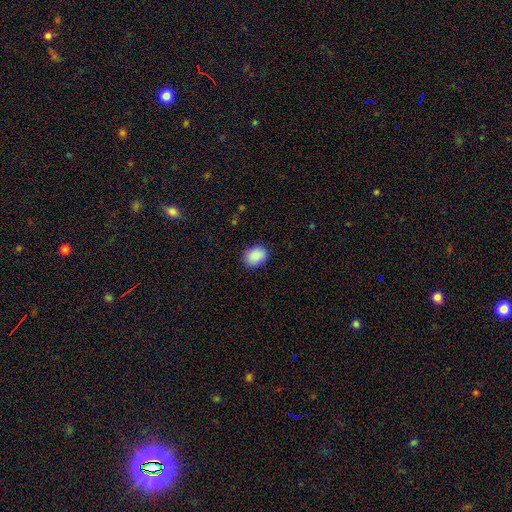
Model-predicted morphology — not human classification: This appears to be a smooth galaxy with no disk features (90%) that is in between round and cigar-shaped (59%). Merging: none (86%).